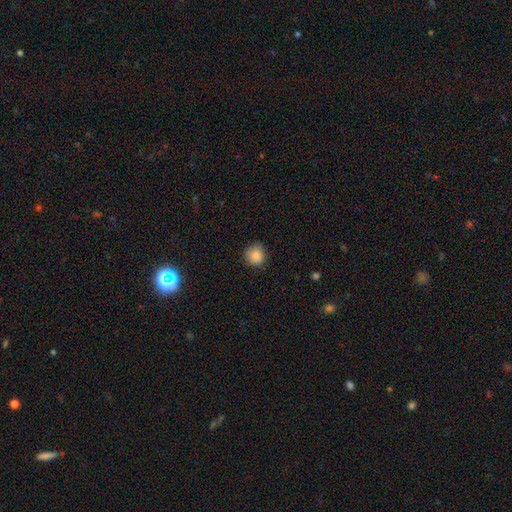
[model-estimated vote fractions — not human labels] Morphology: type=smooth (84%); roundness=round (89%); merging=none (79%).